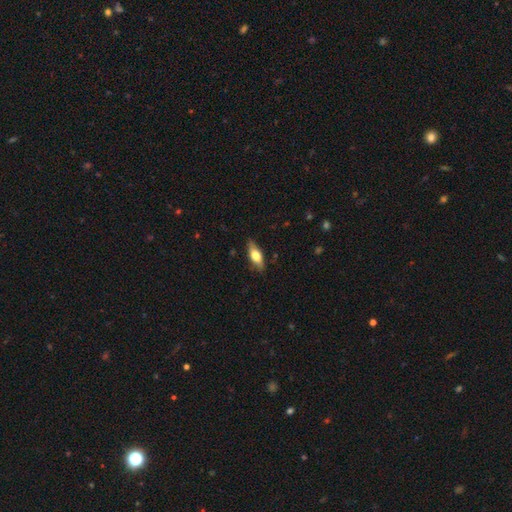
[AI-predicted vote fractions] A smooth galaxy with no disk features (64%) that is in between round and cigar-shaped (68%). Merging: none (83%).